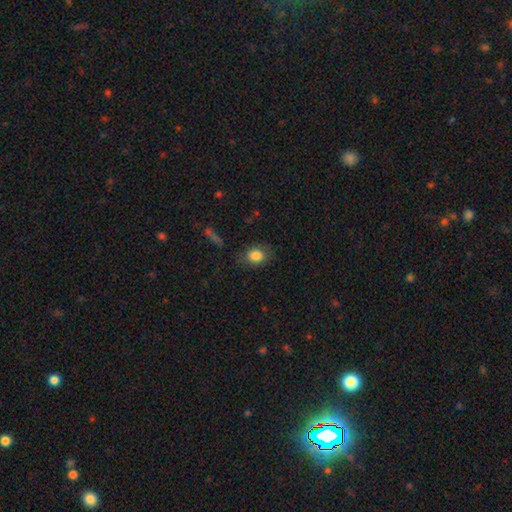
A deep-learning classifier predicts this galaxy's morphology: Q: Smooth or featured?
A: smooth (84%); runner-up: star or artifact (9%)
Q: How rounded?
A: in between (54%); runner-up: round (45%)
Q: Merging?
A: none (77%); runner-up: minor disturbance (16%)